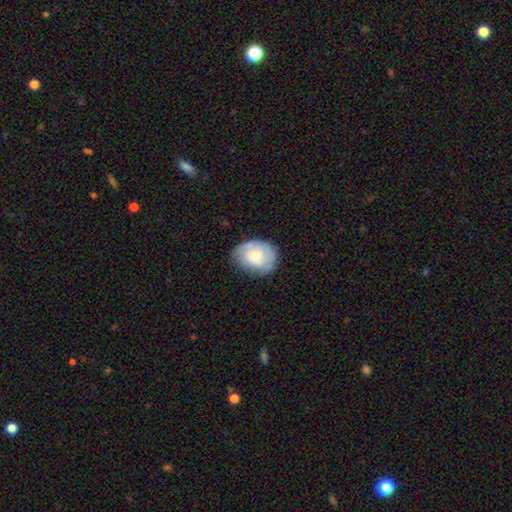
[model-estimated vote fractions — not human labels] Smooth or featured?
  - smooth: 52% *
  - featured or disk: 41%
  - star or artifact: 7%
How rounded?
  - in between: 63% *
  - round: 36%
  - cigar-shaped: 1%
Merging?
  - none: 73% *
  - minor disturbance: 20%
  - major disturbance: 6%
  - merger: 1%